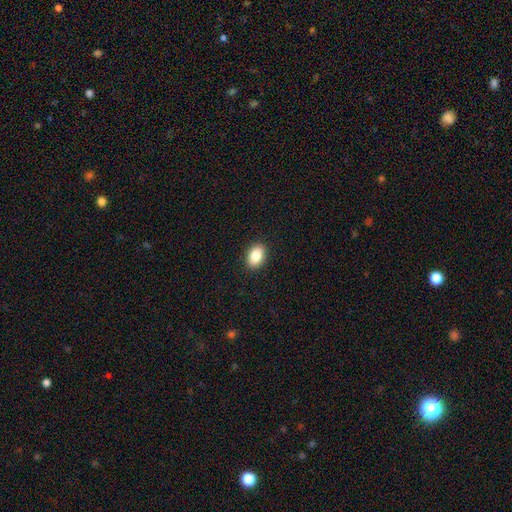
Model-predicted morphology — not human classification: smooth_or_featured: smooth (p=0.86) [alt: star or artifact p=0.08]
how_rounded: in between (p=0.83) [alt: round p=0.16]
merging: none (p=0.90) [alt: minor disturbance p=0.07]